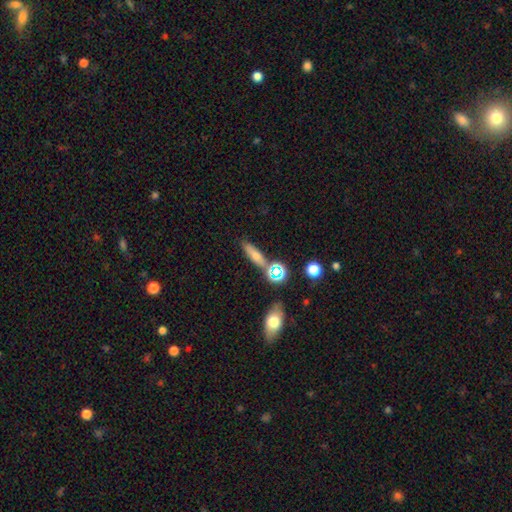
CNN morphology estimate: smooth_or_featured: smooth (p=0.63) [alt: featured or disk p=0.21]
how_rounded: cigar-shaped (p=0.57) [alt: in between p=0.33]
merging: none (p=0.74) [alt: minor disturbance p=0.11]